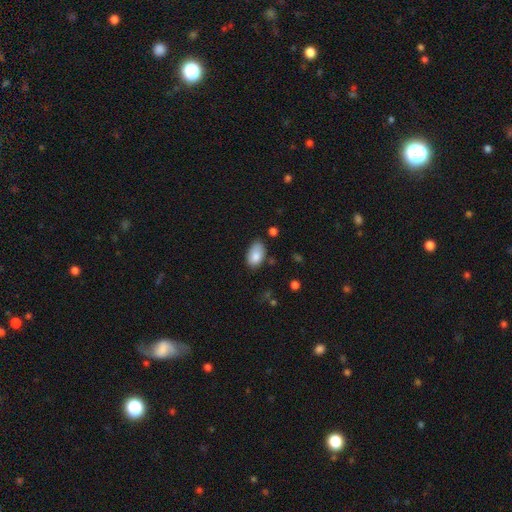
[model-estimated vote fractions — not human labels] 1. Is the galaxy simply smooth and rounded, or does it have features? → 85% smooth, 8% featured or disk, 7% star or artifact.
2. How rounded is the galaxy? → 92% in between, 6% round, 1% cigar-shaped.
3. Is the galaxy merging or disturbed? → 65% none, 26% minor disturbance, 5% major disturbance, 3% merger.